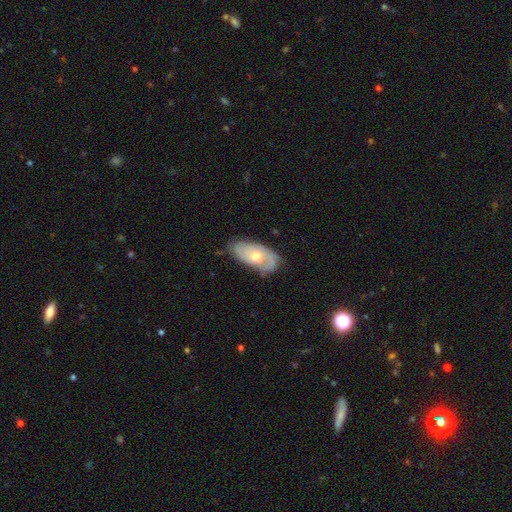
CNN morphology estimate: featured or disk 58%, smooth 35%, star or artifact 7%. Down the decision tree: edge-on disk — no (89%); bar — no (81%); spiral arms — yes (70%); bulge size — moderate (62%); merging — none (63%).